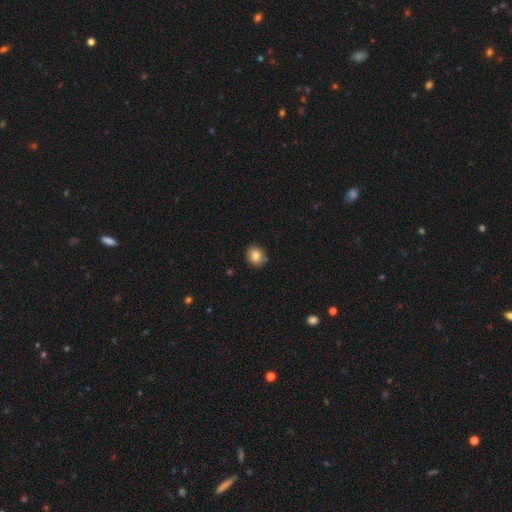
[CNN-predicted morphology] Overall: smooth (83%). How rounded: round (78%). Merging: none (85%).